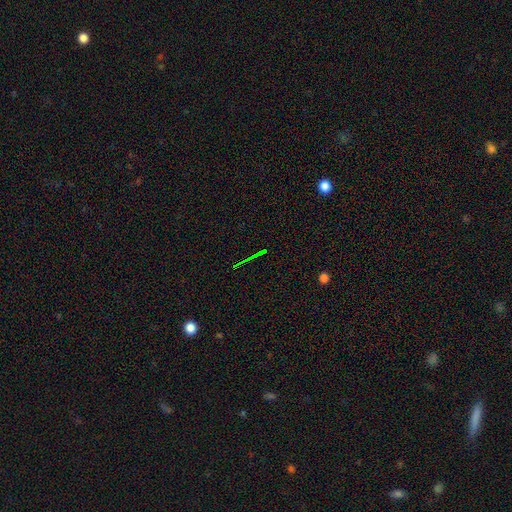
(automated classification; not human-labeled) star or artifact 72%, featured or disk 15%, smooth 13%.